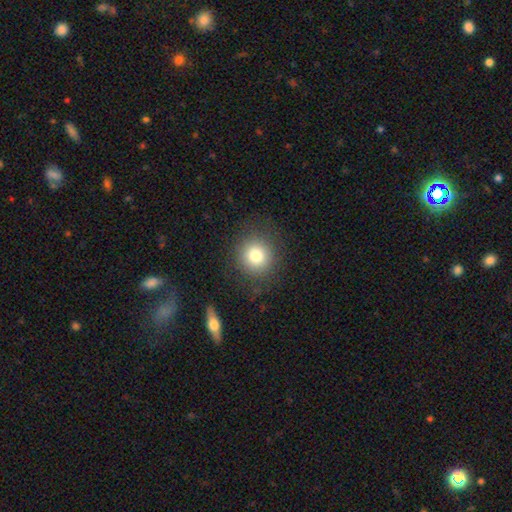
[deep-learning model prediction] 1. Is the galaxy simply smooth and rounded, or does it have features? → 79% smooth, 12% star or artifact, 9% featured or disk.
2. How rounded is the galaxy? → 91% round, 8% in between, 1% cigar-shaped.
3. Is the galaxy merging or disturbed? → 86% none, 8% minor disturbance, 4% major disturbance, 1% merger.